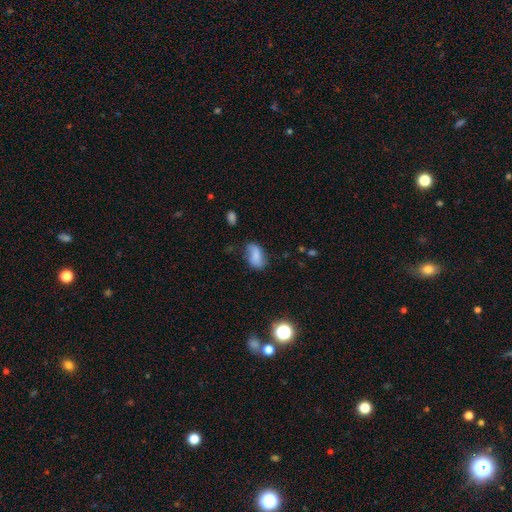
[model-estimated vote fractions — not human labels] Smooth or featured: smooth — 74% (featured or disk — 16%)
How rounded: in between — 90% (round — 6%)
Merging: none — 59% (minor disturbance — 29%)